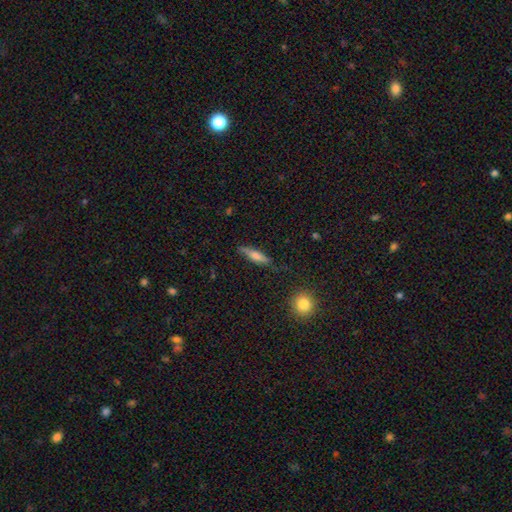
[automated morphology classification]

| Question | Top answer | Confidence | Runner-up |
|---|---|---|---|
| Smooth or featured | smooth | 50% | featured or disk (42%) |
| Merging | none | 82% | minor disturbance (13%) |